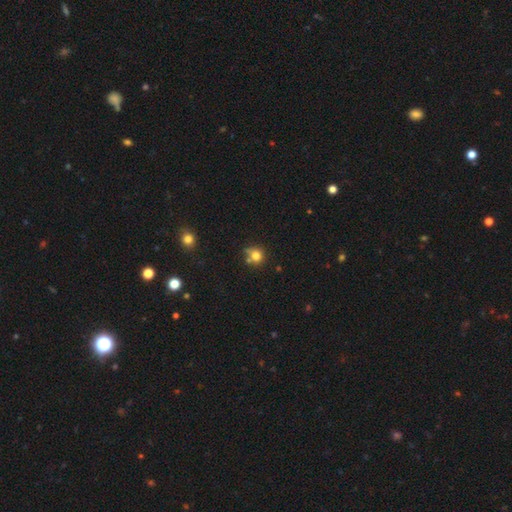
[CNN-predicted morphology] Smooth or featured? smooth (78%)
How rounded? round (85%)
Merging? none (57%)